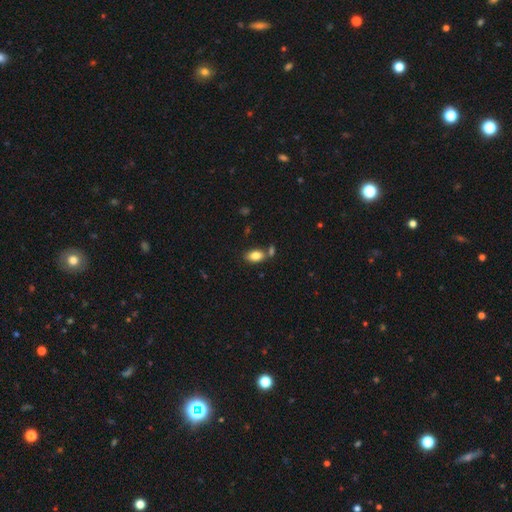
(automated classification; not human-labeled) smooth_or_featured: smooth (p=0.83) [alt: featured or disk p=0.09]
how_rounded: in between (p=0.89) [alt: round p=0.09]
merging: none (p=0.66) [alt: merger p=0.19]